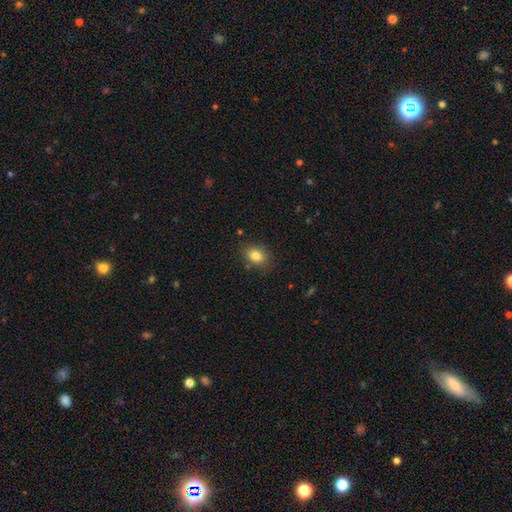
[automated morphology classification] Overall: smooth (83%). How rounded: in between (62%; round 37%). Merging: none (83%).